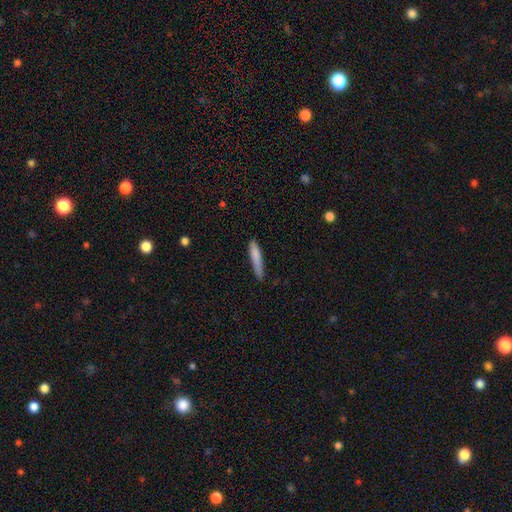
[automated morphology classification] The model was most divided on "merging": none: 71%, minor disturbance: 22%, major disturbance: 4%, merger: 2%. More confident: how rounded — cigar-shaped (92%); smooth or featured — smooth (79%).